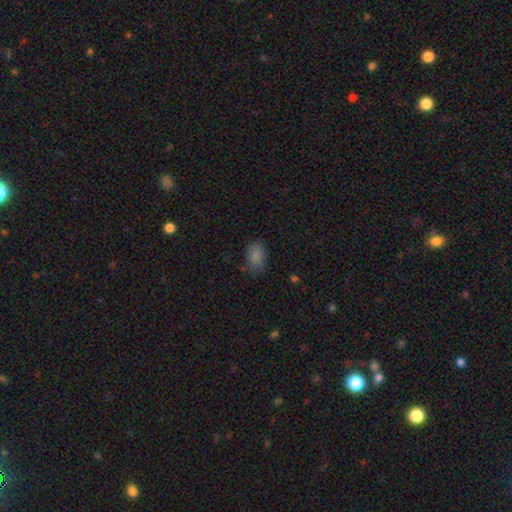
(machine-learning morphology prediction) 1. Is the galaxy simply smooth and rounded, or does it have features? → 79% smooth, 16% star or artifact, 6% featured or disk.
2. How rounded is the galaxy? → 84% in between, 14% round, 2% cigar-shaped.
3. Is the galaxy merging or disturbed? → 74% none, 19% minor disturbance, 5% major disturbance, 2% merger.